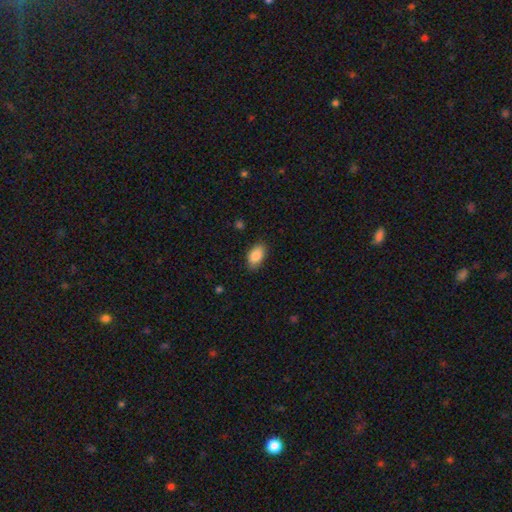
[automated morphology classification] A smooth galaxy with no disk features (88%) that is in between round and cigar-shaped (92%).

Vote fractions:
- Smooth or featured? smooth: 88% / star or artifact: 7% / featured or disk: 5%
- How rounded? in between: 92% / round: 6% / cigar-shaped: 2%
- Merging? none: 83% / minor disturbance: 13% / major disturbance: 3% / merger: 1%